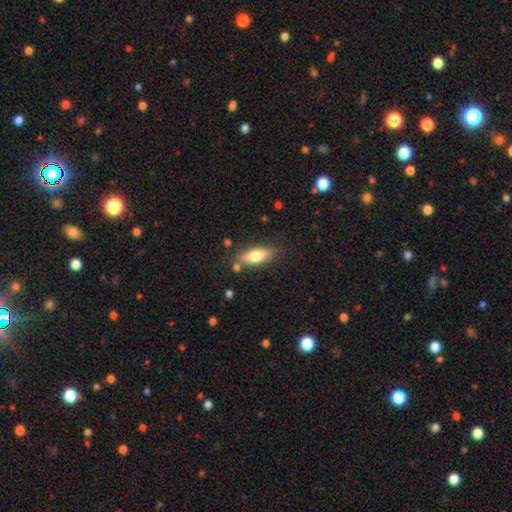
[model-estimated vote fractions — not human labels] This is likely a smooth galaxy (70%). How rounded: likely in between (64%). Merging: likely none (79%).